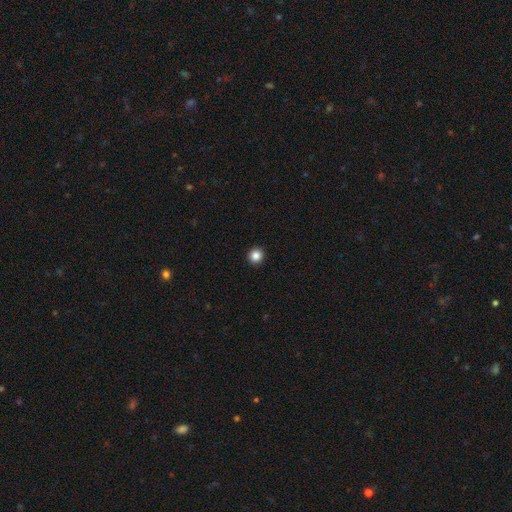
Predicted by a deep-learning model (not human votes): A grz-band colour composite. It shows a smooth galaxy with no disk features (85%) that is round (94%). Merging: none (94%).